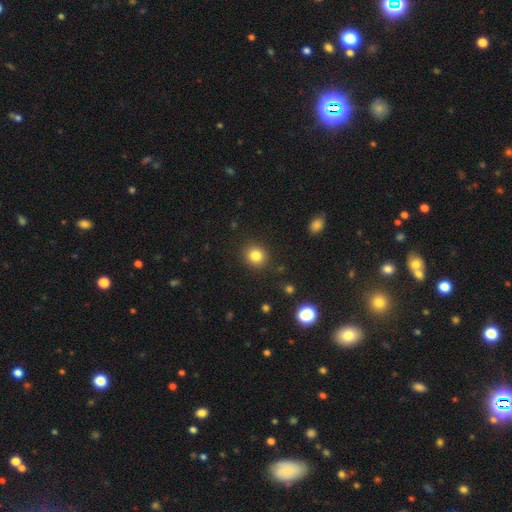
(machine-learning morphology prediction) smooth 83%, star or artifact 11%, featured or disk 6%. Down the decision tree: how rounded — round (85%); merging — none (90%).